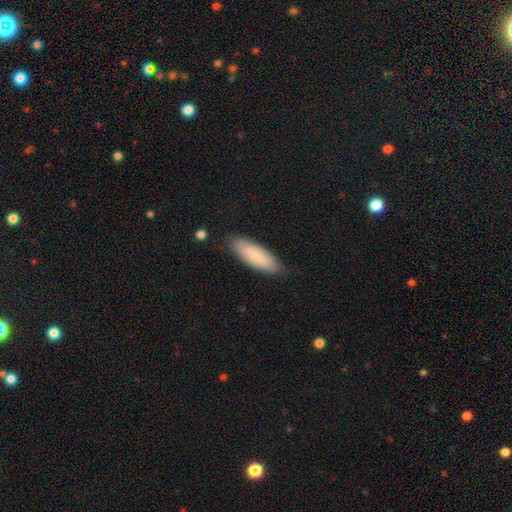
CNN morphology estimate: Smooth or featured? smooth (76%)
How rounded? in between (59%)
Merging? none (83%)